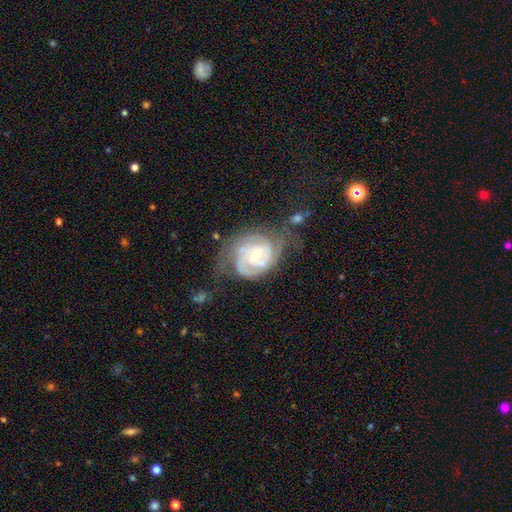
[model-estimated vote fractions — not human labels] Overall: featured or disk (87%). Edge-on disk: no (97%). Bar: weak (45%; no 42%). Spiral arms: yes (96%). Spiral arm count: 2 (42%; can't tell 23%). Spiral winding: tight (65%; medium 28%). Bulge size: moderate (57%; small 38%). Merging: none (51%; minor disturbance 25%).